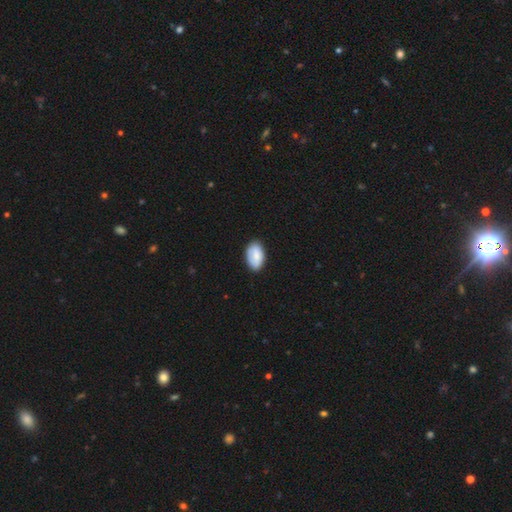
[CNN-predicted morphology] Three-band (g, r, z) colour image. It shows a smooth galaxy with no disk features (79%) that is in between round and cigar-shaped (93%). Merging: none (80%).